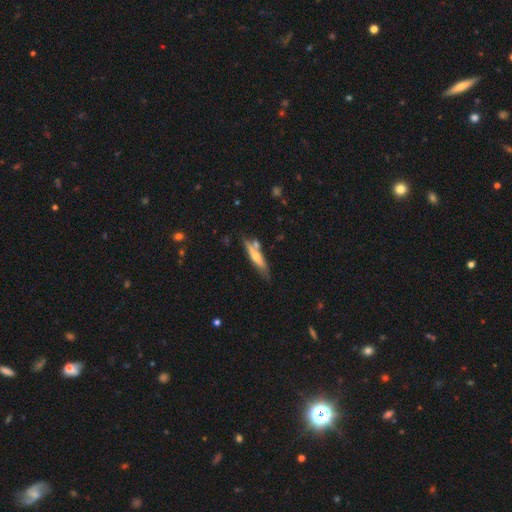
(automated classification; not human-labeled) smooth_or_featured: featured or disk (p=0.50) [alt: smooth p=0.44]
merging: none (p=0.66) [alt: minor disturbance p=0.18]